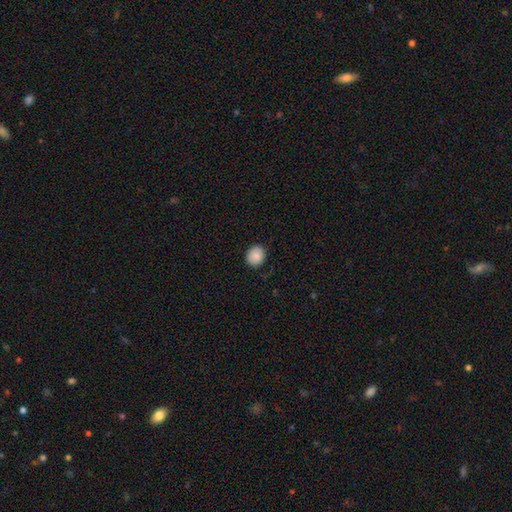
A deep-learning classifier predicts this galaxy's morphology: Smooth or featured: smooth — 86% (star or artifact — 8%)
How rounded: round — 67% (in between — 33%)
Merging: none — 86% (minor disturbance — 11%)